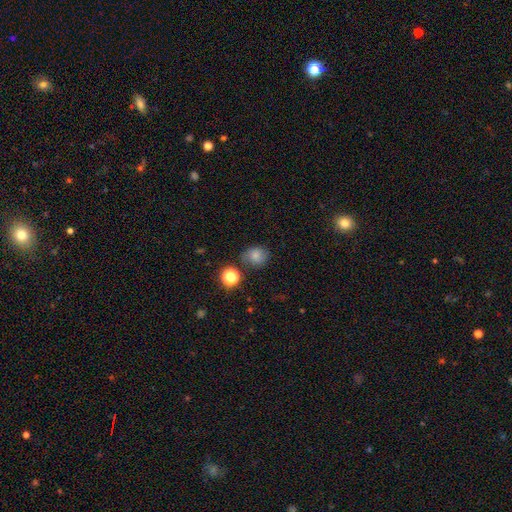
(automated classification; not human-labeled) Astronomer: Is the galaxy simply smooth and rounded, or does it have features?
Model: smooth — 72%.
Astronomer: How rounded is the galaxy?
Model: round — 76%.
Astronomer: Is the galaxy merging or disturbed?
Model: none — 71%.